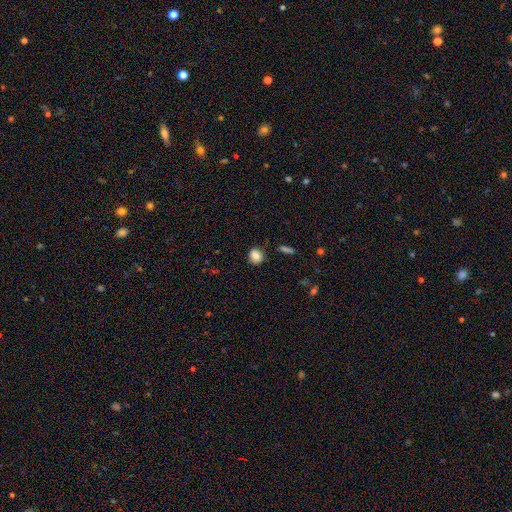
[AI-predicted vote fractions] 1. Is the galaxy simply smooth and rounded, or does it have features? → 85% smooth, 9% star or artifact, 6% featured or disk.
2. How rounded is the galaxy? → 73% round, 26% in between, 1% cigar-shaped.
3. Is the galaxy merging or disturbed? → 84% none, 11% minor disturbance, 3% major disturbance, 2% merger.